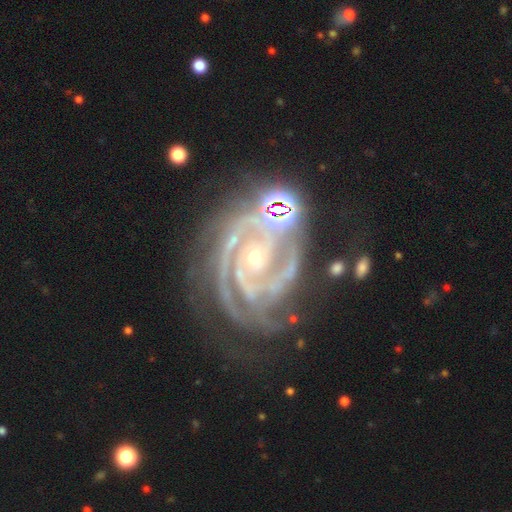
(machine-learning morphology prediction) This appears to be a featured or disk galaxy (91%) with no bar (67%), 3 (38%) tight (73%) spiral arms (98%) and a small central bulge (72%). Merging: none (61%).